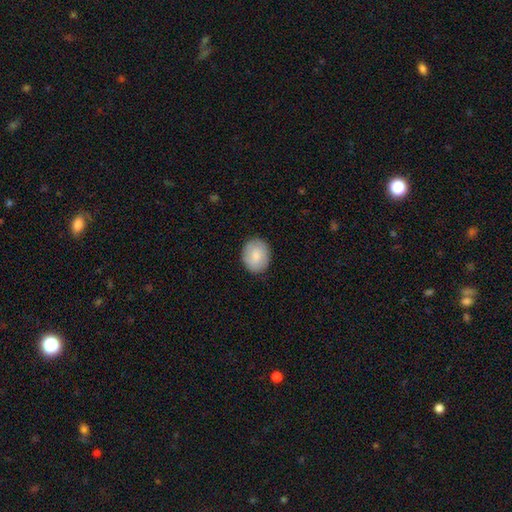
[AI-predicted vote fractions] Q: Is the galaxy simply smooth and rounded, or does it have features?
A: smooth — 80%.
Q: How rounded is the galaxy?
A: round — 60%.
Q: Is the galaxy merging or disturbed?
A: none — 86%.